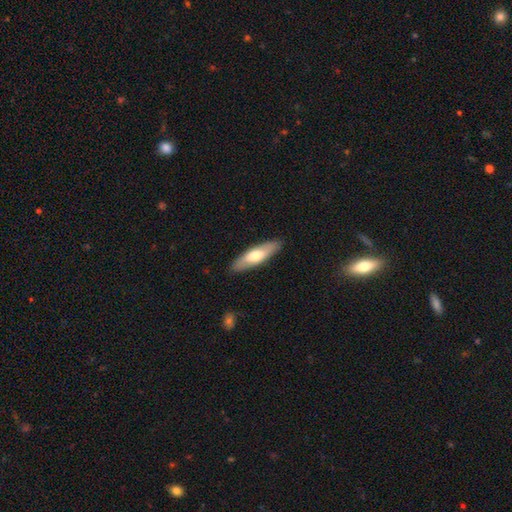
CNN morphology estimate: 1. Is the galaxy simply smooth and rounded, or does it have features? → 60% smooth, 35% featured or disk, 5% star or artifact.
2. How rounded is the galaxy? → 58% cigar-shaped, 40% in between, 2% round.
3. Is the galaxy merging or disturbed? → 89% none, 8% minor disturbance, 2% major disturbance, 1% merger.